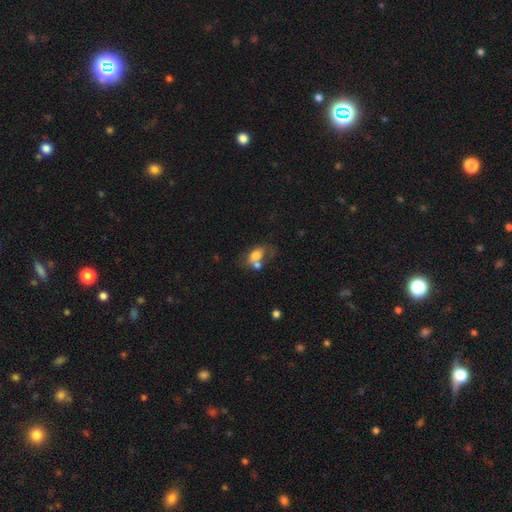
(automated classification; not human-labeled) This is likely a smooth galaxy (67%). How rounded: likely in between (77%). Merging: marginally merger (42%).